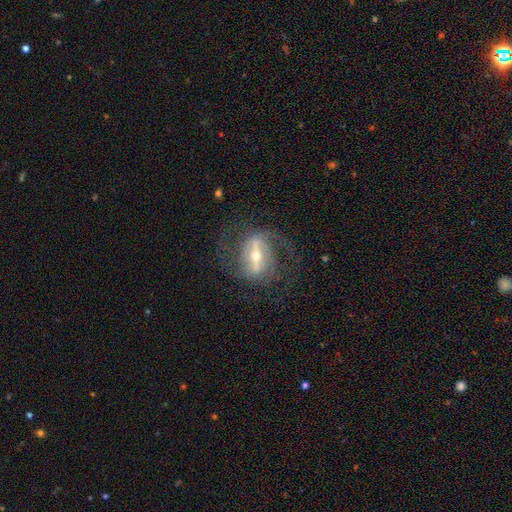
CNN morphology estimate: type=featured or disk (84%); edge-on=no (89%); bar=strong (70%); spiral arms=yes (85%); winding=medium (47%); arm count=2 (76%); bulge=moderate (51%); merging=none (67%).